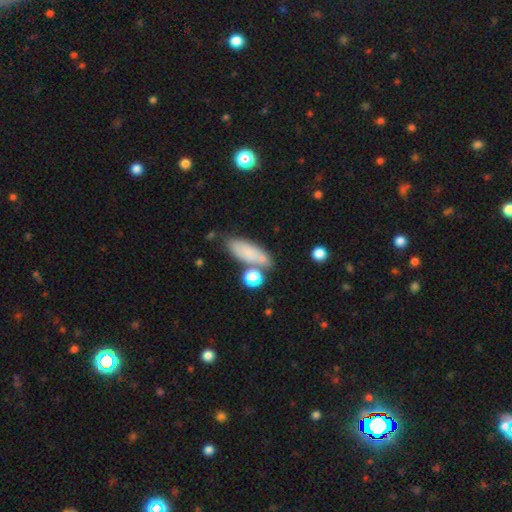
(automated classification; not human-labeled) smooth 76%, featured or disk 16%, star or artifact 8%. Down the decision tree: how rounded — in between (69%); merging — none (58%).